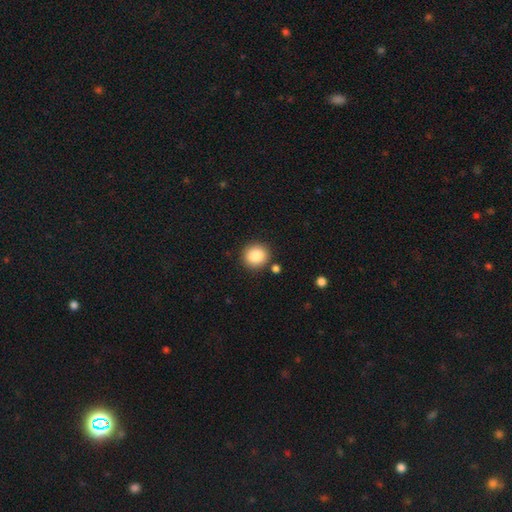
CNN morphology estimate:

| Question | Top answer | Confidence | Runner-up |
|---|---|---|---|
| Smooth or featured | smooth | 86% | star or artifact (9%) |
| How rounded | round | 89% | in between (10%) |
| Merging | none | 86% | minor disturbance (8%) |